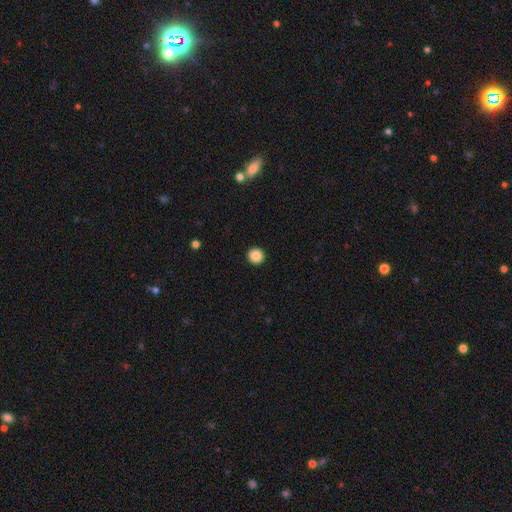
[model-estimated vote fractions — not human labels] Smooth or featured?
  - smooth: 86% *
  - star or artifact: 10%
  - featured or disk: 4%
How rounded?
  - round: 96% *
  - in between: 3%
  - cigar-shaped: 1%
Merging?
  - none: 94% *
  - minor disturbance: 4%
  - major disturbance: 1%
  - merger: 1%